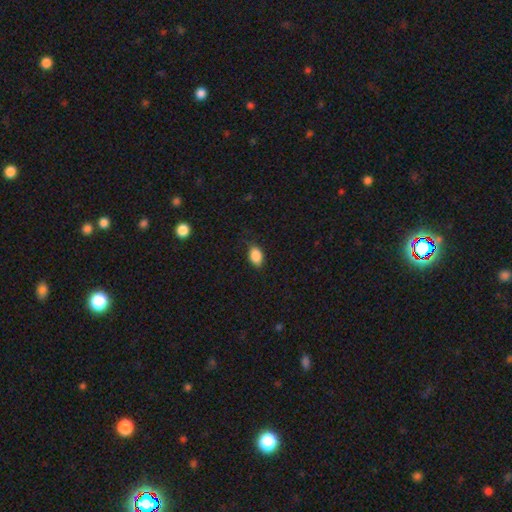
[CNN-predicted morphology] This is clearly a smooth galaxy (87%). How rounded: clearly in between (85%). Merging: likely none (78%).